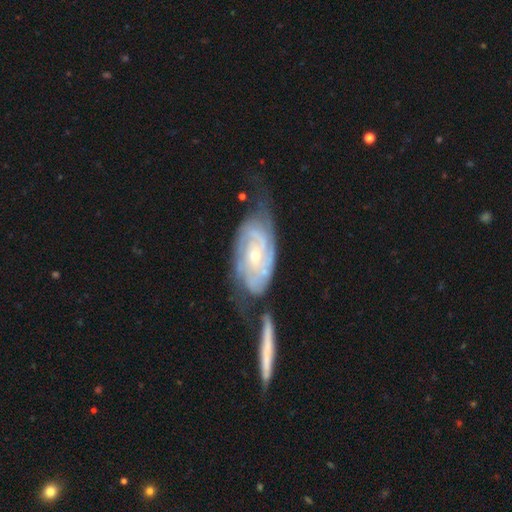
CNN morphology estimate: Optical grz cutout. It shows a featured or disk galaxy (86%) with no bar (70%), 2 (45%) tight (69%) spiral arms (96%) and a small central bulge (64%). Merging: none (46%).